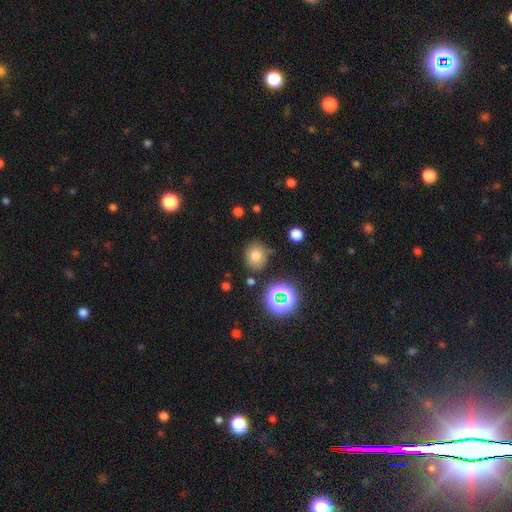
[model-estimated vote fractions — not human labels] Q: Smooth or featured?
A: smooth (72%); runner-up: star or artifact (19%)
Q: How rounded?
A: round (74%); runner-up: in between (25%)
Q: Merging?
A: none (74%); runner-up: minor disturbance (16%)